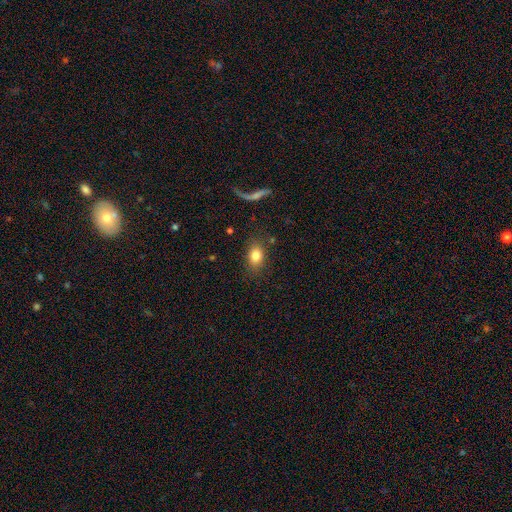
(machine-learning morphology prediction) smooth-or-featured: smooth: 82% | featured or disk: 9% | star or artifact: 9%
  how-rounded: in between: 75% | round: 23% | cigar-shaped: 2%
  merging: none: 81% | minor disturbance: 11% | major disturbance: 5% | merger: 3%